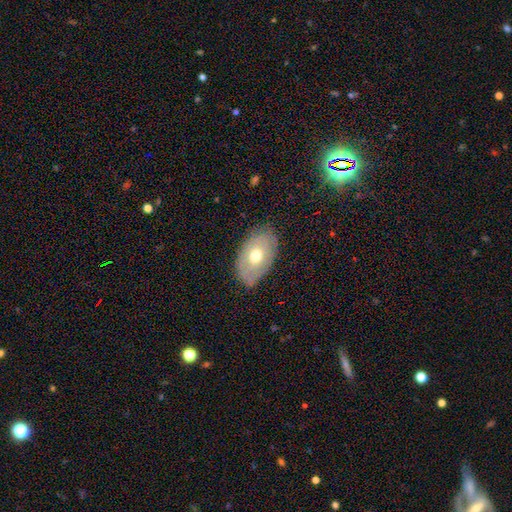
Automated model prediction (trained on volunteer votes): smooth-or-featured: smooth: 52% | featured or disk: 42% | star or artifact: 7%
  how-rounded: in between: 90% | round: 8% | cigar-shaped: 1%
  merging: none: 77% | minor disturbance: 18% | major disturbance: 4% | merger: 1%